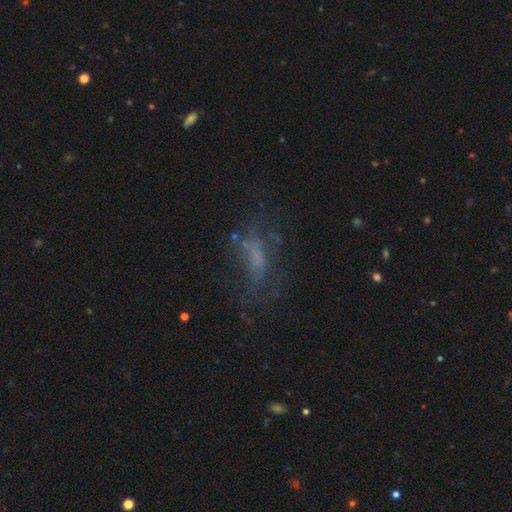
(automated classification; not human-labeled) featured or disk 44%, smooth 33%, star or artifact 23%. Down the decision tree: merging — none (46%).